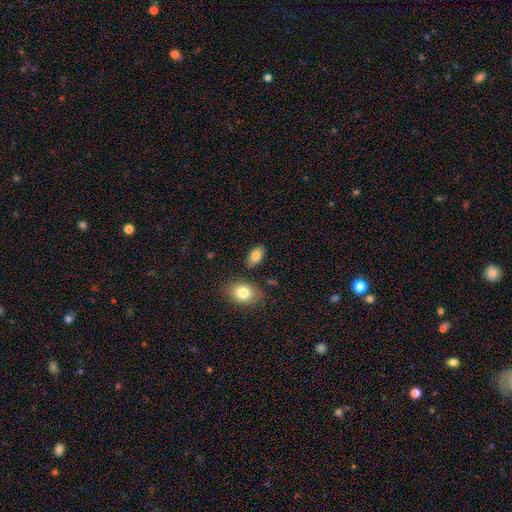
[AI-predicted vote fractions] Smooth or featured? Predicted: smooth (p=0.82). How rounded? Predicted: in between (p=0.91). Merging? Predicted: none (p=0.82).